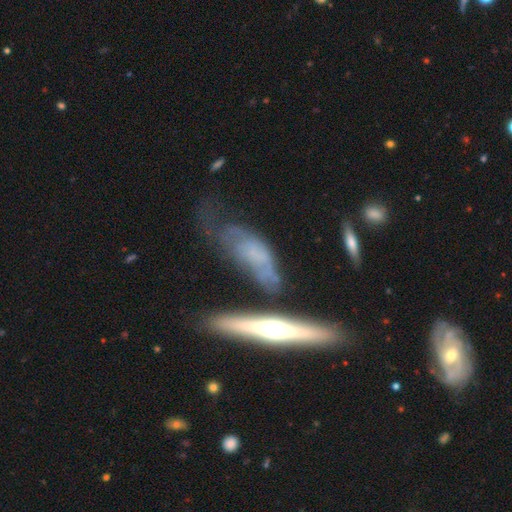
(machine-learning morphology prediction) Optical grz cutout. It shows a featured or disk galaxy (57%) viewed edge-on (59%). Merging: none (42%).